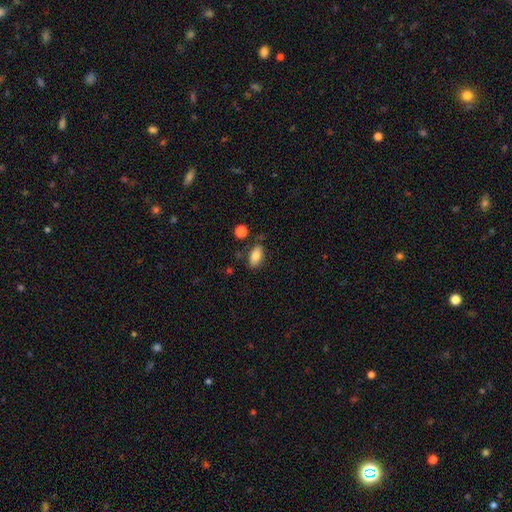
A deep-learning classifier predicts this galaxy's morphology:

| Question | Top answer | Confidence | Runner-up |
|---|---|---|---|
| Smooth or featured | smooth | 82% | featured or disk (10%) |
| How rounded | in between | 91% | round (5%) |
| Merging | none | 77% | minor disturbance (15%) |